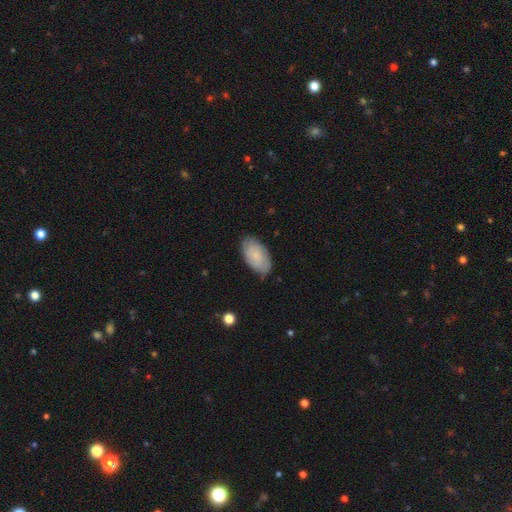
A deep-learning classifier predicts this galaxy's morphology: smooth-or-featured: smooth: 76% | featured or disk: 18% | star or artifact: 6%
  how-rounded: in between: 95% | round: 3% | cigar-shaped: 2%
  merging: none: 79% | minor disturbance: 17% | major disturbance: 3% | merger: 1%